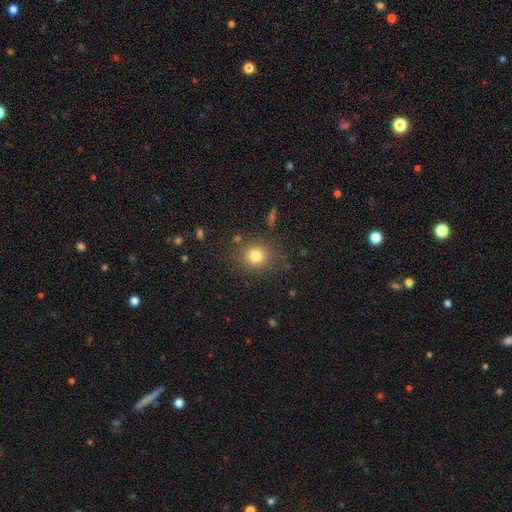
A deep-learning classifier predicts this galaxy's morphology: This is likely a smooth galaxy (80%). How rounded: clearly round (83%). Merging: clearly none (83%).